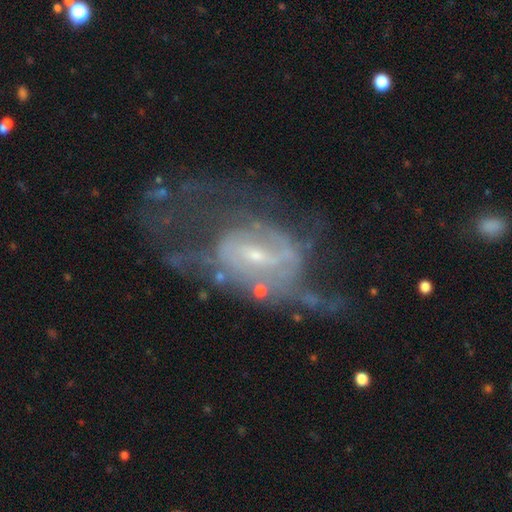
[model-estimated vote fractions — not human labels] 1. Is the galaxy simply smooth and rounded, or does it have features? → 79% featured or disk, 11% smooth, 9% star or artifact.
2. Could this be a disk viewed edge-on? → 95% no, 5% yes.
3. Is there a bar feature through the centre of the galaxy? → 45% weak, 35% no, 20% strong.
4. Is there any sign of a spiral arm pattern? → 70% yes, 30% no.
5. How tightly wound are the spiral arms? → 39% medium, 32% loose, 29% tight.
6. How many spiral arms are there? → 40% 2 (tied), 40% can't tell (tied), 8% 1, 6% 3, 3% 4, 3% more than 4.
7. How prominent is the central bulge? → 70% small, 22% moderate, 4% none, 2% large, 1% dominant.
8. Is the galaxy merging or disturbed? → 43% major disturbance, 35% none, 17% minor disturbance, 5% merger.